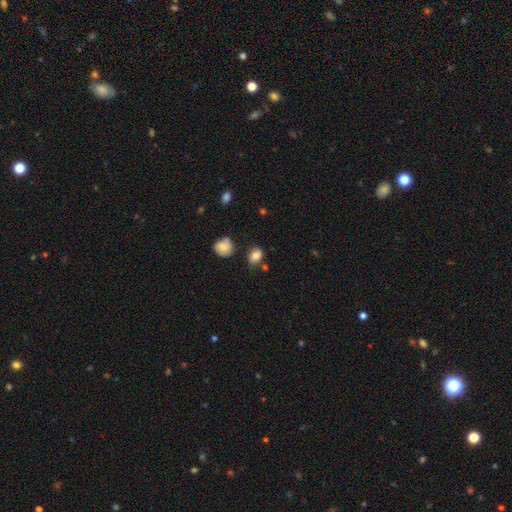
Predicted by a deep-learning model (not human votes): The model was most divided on "how rounded": in between: 60%, round: 38%, cigar-shaped: 1%. More confident: smooth or featured — smooth (80%); merging — none (70%).